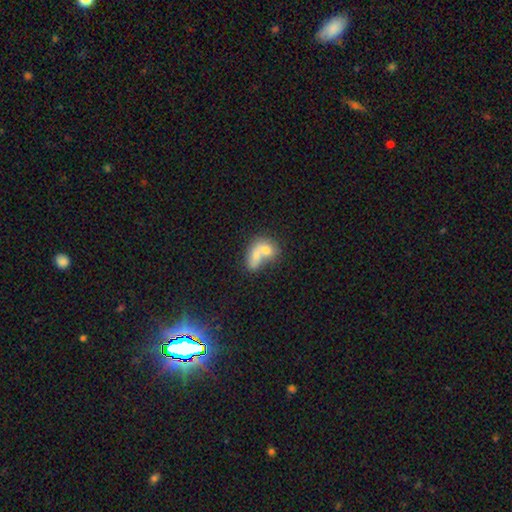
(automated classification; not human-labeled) The model was most divided on "how rounded": in between: 70%, round: 27%, cigar-shaped: 3%. More confident: merging — merger (75%); smooth or featured — smooth (70%).